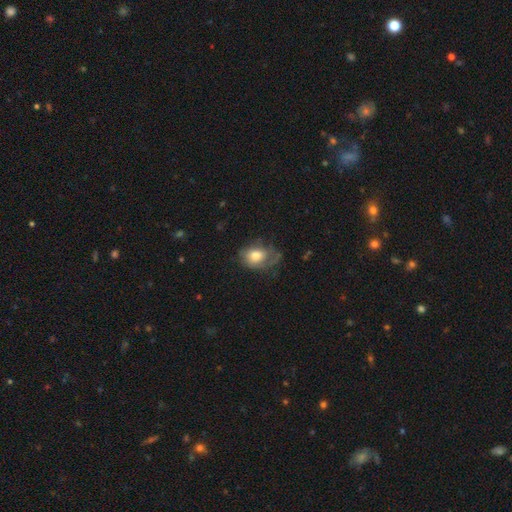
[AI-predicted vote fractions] Overall: smooth (66%). How rounded: in between (65%; round 34%). Merging: none (42%; minor disturbance 29%).